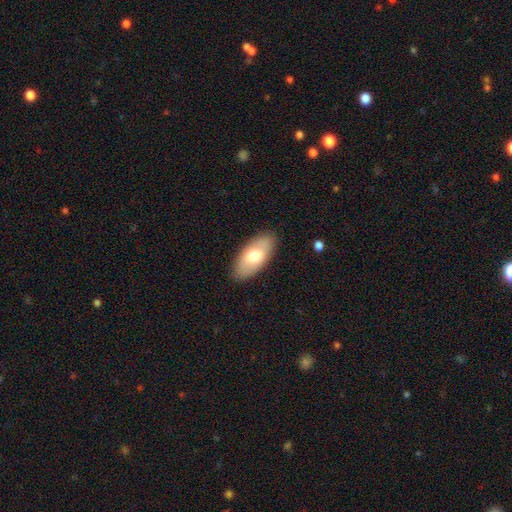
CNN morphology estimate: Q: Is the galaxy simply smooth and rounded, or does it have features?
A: smooth — 68%.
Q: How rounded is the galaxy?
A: in between — 91%.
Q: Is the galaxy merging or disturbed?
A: none — 88%.